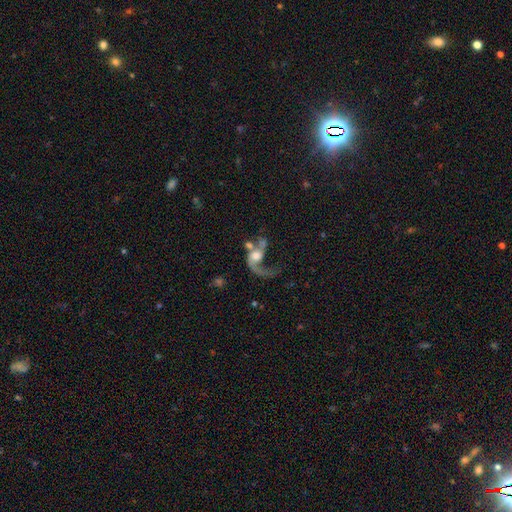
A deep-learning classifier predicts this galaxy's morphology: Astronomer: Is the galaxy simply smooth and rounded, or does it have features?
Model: featured or disk — 70%.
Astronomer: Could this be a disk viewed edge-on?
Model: no — 96%.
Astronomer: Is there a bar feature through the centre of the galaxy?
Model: no — 65%.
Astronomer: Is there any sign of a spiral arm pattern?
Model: yes — 81%.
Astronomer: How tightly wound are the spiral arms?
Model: loose — 83%.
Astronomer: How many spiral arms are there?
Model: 1 — 60%.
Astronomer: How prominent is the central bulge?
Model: moderate — 41% (runner-up: large, 33%).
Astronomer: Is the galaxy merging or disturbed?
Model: major disturbance — 38% (runner-up: merger, 32%).